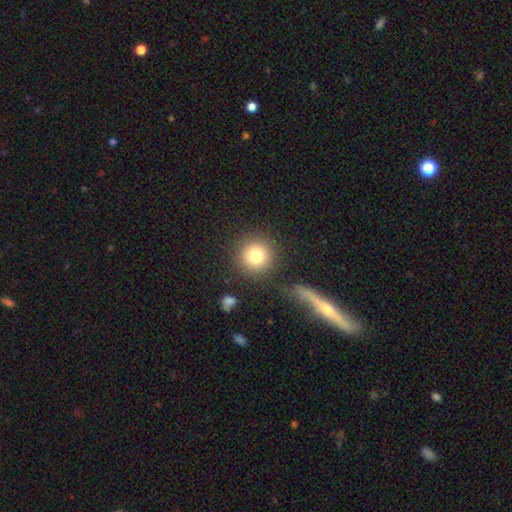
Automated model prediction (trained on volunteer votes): This appears to be a smooth galaxy with no disk features (79%) that is round (94%). Merging: none (84%).